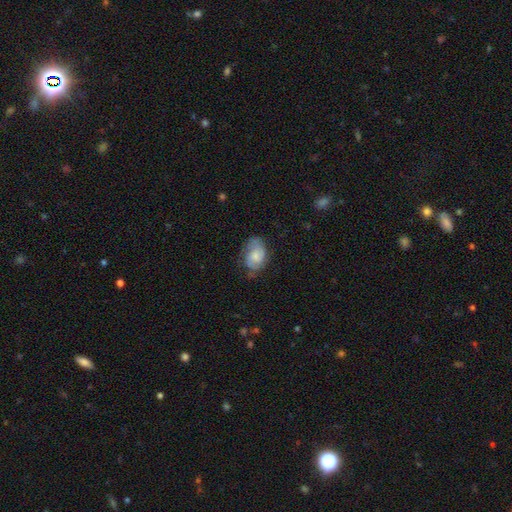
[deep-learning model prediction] A featured or disk galaxy (52%). Merging: none (58%).